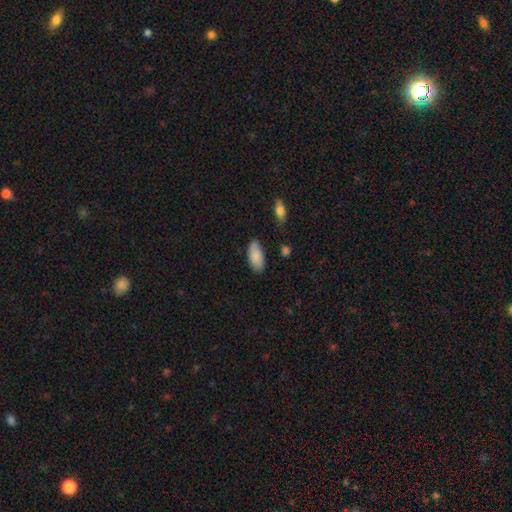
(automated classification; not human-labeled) Smooth or featured? smooth (86%)
How rounded? in between (92%)
Merging? none (82%)